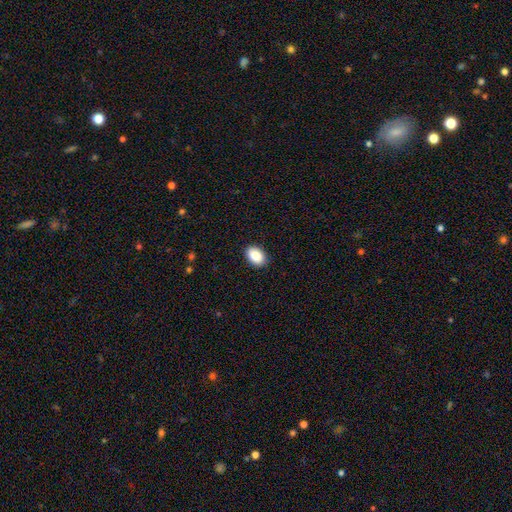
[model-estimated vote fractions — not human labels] Q: Smooth or featured?
A: smooth (87%); runner-up: star or artifact (7%)
Q: How rounded?
A: in between (85%); runner-up: round (14%)
Q: Merging?
A: none (90%); runner-up: minor disturbance (7%)